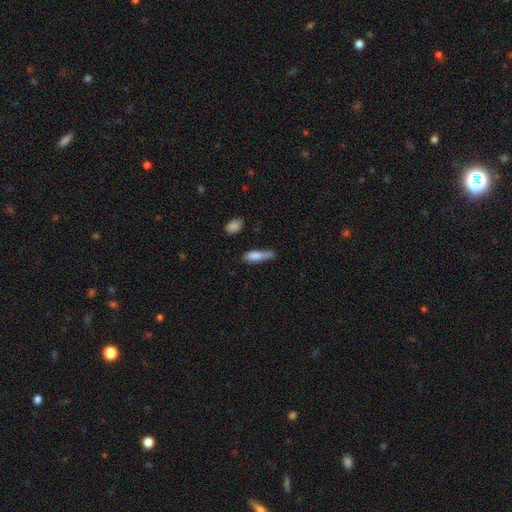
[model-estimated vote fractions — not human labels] Smooth or featured: smooth — 77% (featured or disk — 15%)
How rounded: cigar-shaped — 56% (in between — 42%)
Merging: none — 42% (minor disturbance — 36%)